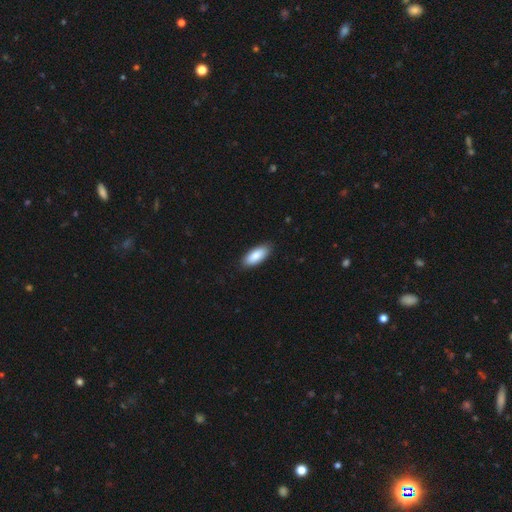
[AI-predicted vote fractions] Smooth or featured? smooth (88%)
How rounded? in between (82%)
Merging? none (87%)